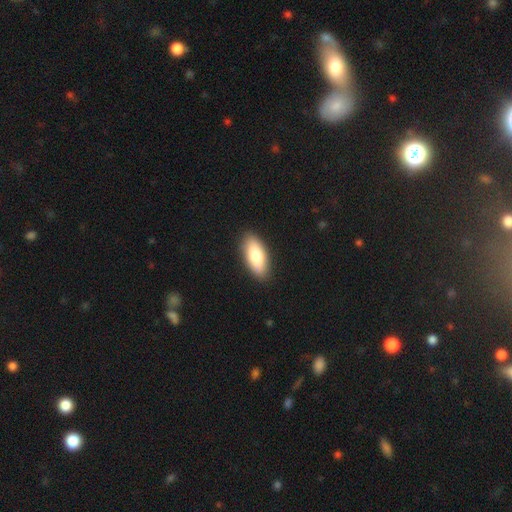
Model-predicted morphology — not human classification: Q: Smooth or featured?
A: smooth (82%); runner-up: featured or disk (13%)
Q: How rounded?
A: in between (85%); runner-up: cigar-shaped (12%)
Q: Merging?
A: none (89%); runner-up: minor disturbance (8%)